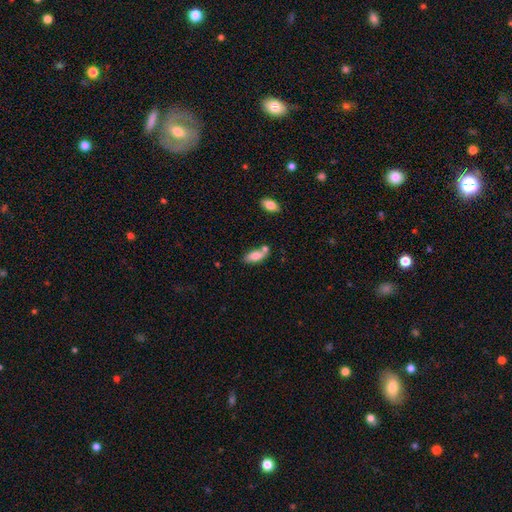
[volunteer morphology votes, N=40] This is likely a smooth galaxy (70%). How rounded: clearly in between (86%). Merging: possibly none (54%).